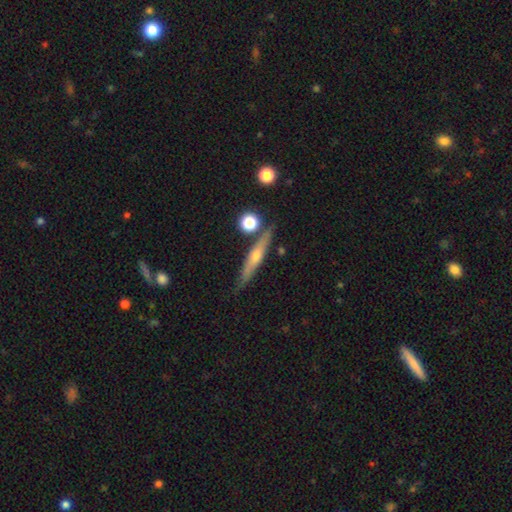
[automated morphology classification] This is likely a featured or disk galaxy (62%). It is clearly viewed edge-on (94%). Edge-on bulge: clearly rounded (81%). Merging: clearly none (83%).